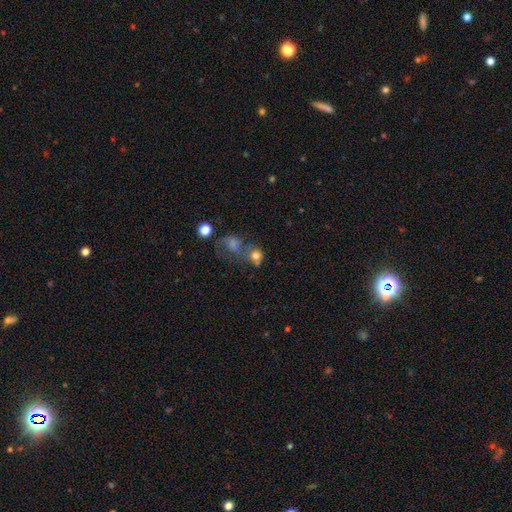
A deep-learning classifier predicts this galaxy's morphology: smooth 73%, star or artifact 15%, featured or disk 12%. Down the decision tree: how rounded — round (76%); merging — none (40%).